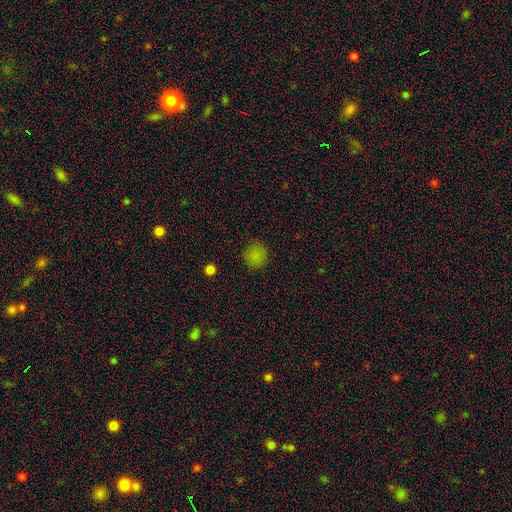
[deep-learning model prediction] This appears to be a smooth galaxy with no disk features (80%) that is round (87%). Merging: none (84%).